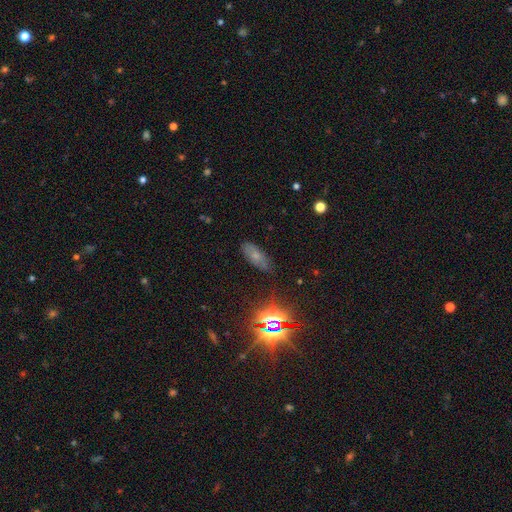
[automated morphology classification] Smooth or featured: smooth — 49% (star or artifact — 29%)
Merging: none — 77% (minor disturbance — 17%)